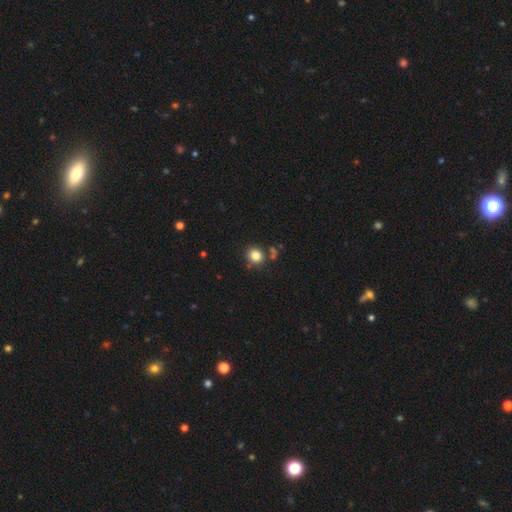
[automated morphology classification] This appears to be a smooth galaxy with no disk features (82%) that is round (81%). Merging: none (78%).